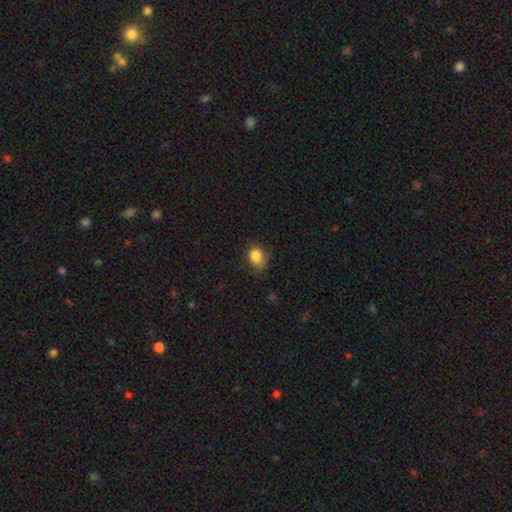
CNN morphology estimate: Q: Smooth or featured?
A: smooth (84%); runner-up: star or artifact (10%)
Q: How rounded?
A: in between (63%); runner-up: round (36%)
Q: Merging?
A: none (62%); runner-up: minor disturbance (28%)